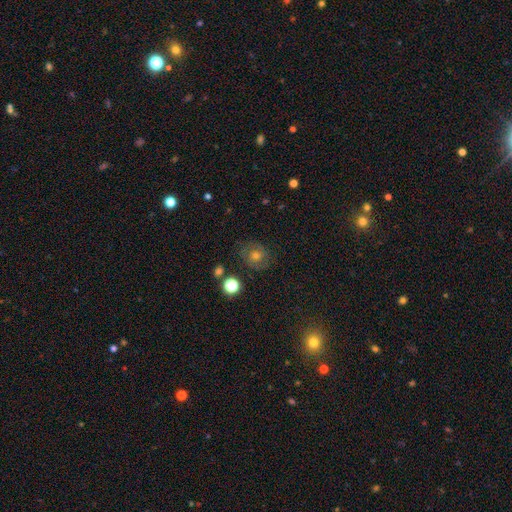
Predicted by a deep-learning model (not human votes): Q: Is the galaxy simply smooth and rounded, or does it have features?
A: smooth — 44%.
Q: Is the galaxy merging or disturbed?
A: none — 81%.